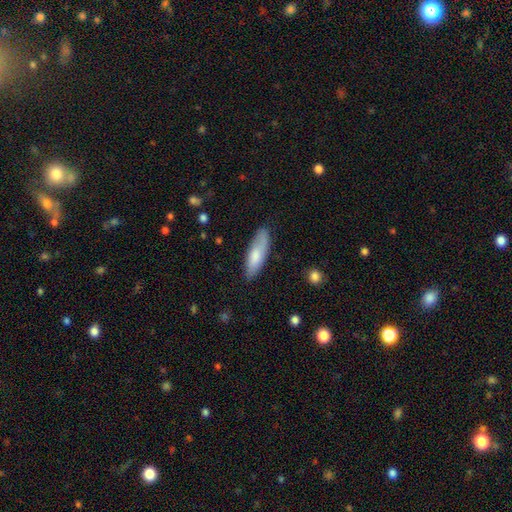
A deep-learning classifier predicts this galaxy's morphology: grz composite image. It shows a smooth galaxy with no disk features (73%) that is in between round and cigar-shaped (52%). Merging: none (77%).